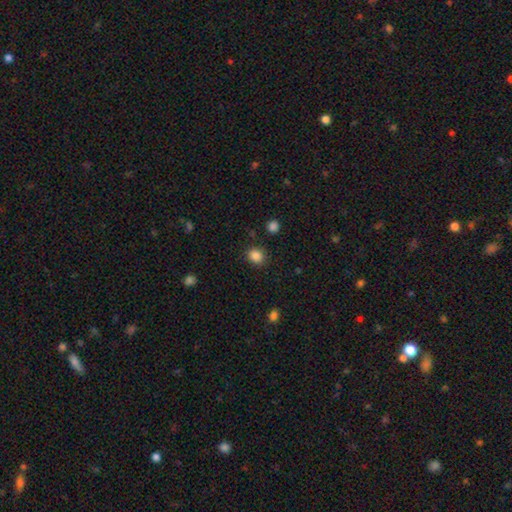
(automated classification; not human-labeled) Q: Smooth or featured?
A: smooth (86%); runner-up: star or artifact (11%)
Q: How rounded?
A: round (70%); runner-up: in between (29%)
Q: Merging?
A: none (85%); runner-up: minor disturbance (10%)